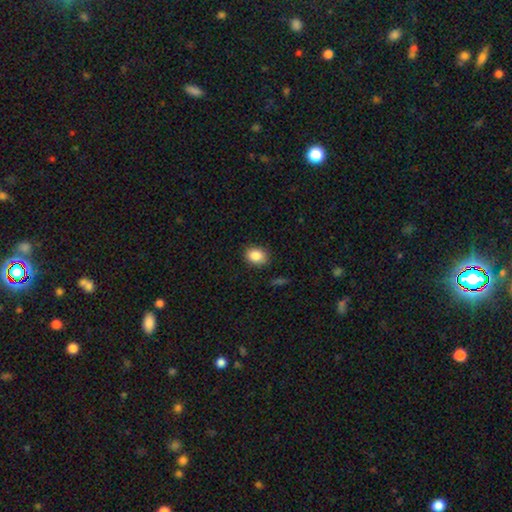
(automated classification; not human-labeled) This is clearly a smooth galaxy (86%). How rounded: likely in between (61%). Merging: clearly none (86%).